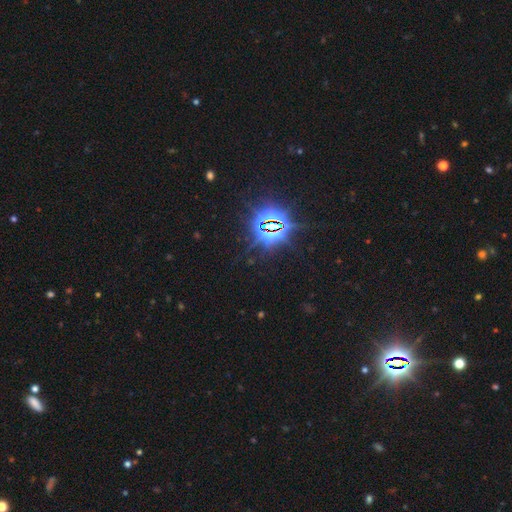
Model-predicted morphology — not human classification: Smooth or featured: star or artifact — 85% (smooth — 9%)